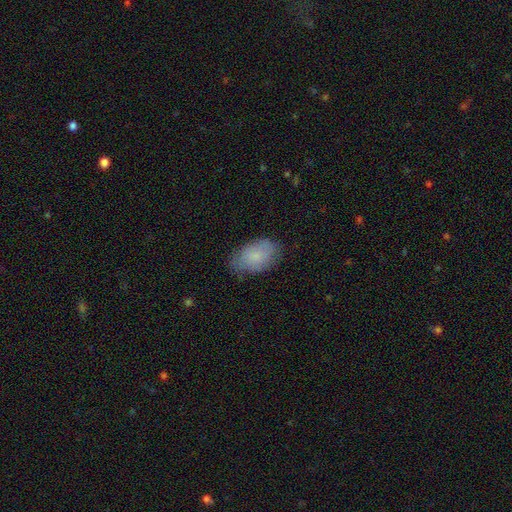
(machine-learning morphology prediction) A smooth galaxy with no disk features (78%) that is in between round and cigar-shaped (92%).

Vote fractions:
- Smooth or featured? smooth: 78% / featured or disk: 15% / star or artifact: 7%
- How rounded? in between: 92% / round: 7% / cigar-shaped: 1%
- Merging? none: 71% / minor disturbance: 22% / major disturbance: 5% / merger: 1%